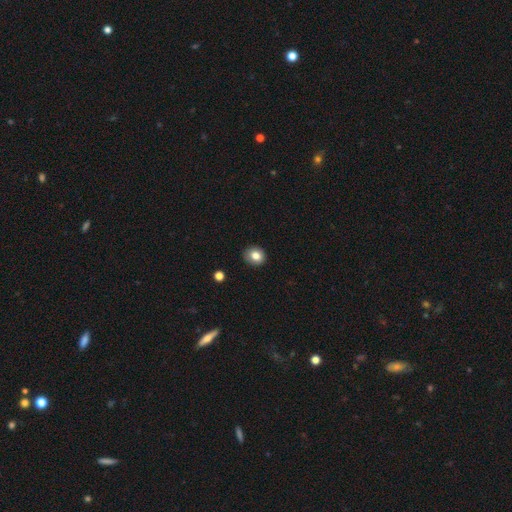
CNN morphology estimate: type=smooth (81%); roundness=round (69%); merging=none (87%).